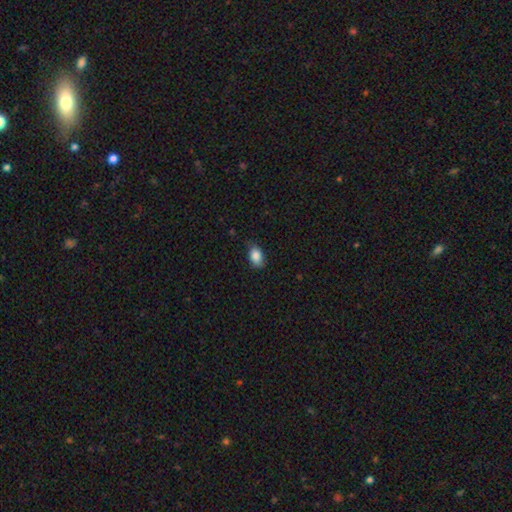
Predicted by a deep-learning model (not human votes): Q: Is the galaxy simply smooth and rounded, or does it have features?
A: smooth — 86%.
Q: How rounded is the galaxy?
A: in between — 88%.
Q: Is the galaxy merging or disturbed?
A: none — 77%.